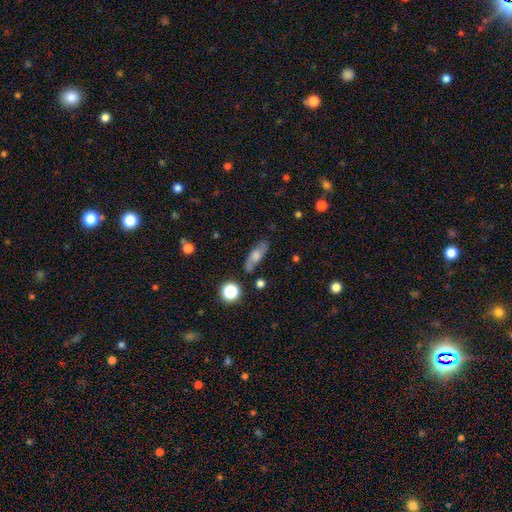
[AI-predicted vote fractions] Morphology: type=smooth (46%); merging=none (80%).